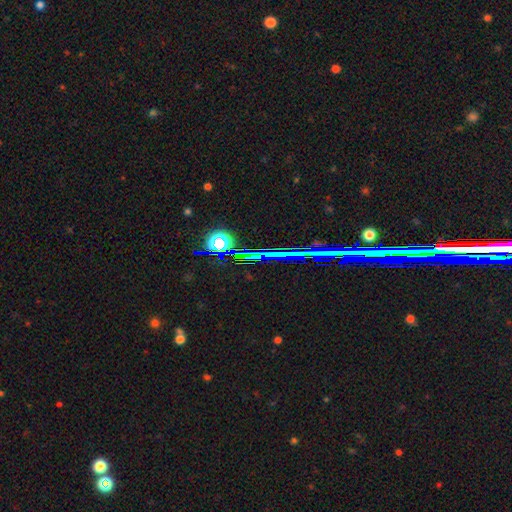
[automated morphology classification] Smooth or featured: star or artifact — 72% (smooth — 15%)